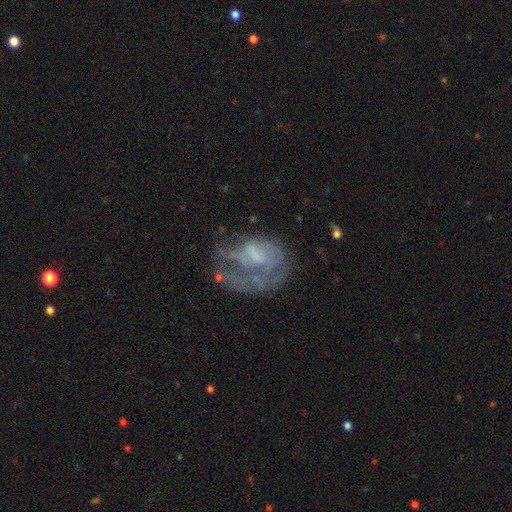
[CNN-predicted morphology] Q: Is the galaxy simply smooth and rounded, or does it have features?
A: featured or disk — 63%.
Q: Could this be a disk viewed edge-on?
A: no — 97%.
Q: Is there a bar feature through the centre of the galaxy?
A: no — 67%.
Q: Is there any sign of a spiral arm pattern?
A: no — 58%.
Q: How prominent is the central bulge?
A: none — 46%.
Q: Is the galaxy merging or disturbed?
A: major disturbance — 42%.